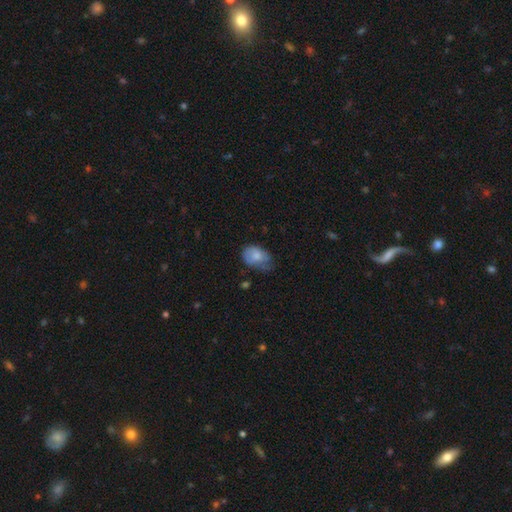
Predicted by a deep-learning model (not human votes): smooth_or_featured: smooth (p=0.74) [alt: featured or disk p=0.19]
how_rounded: in between (p=0.77) [alt: round p=0.21]
merging: minor disturbance (p=0.43) [alt: none p=0.38]